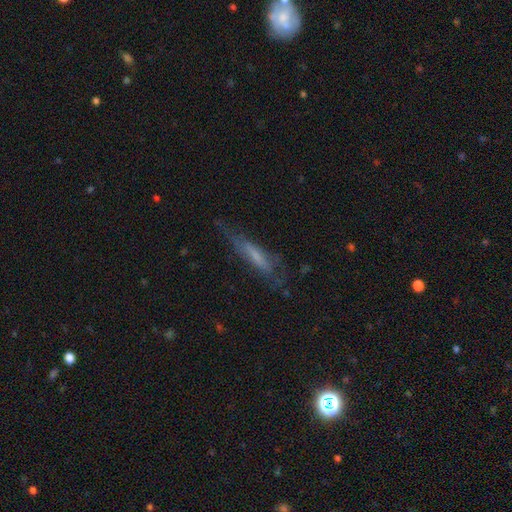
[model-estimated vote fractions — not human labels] Smooth or featured: featured or disk — 49% (smooth — 41%)
Merging: none — 58% (minor disturbance — 25%)